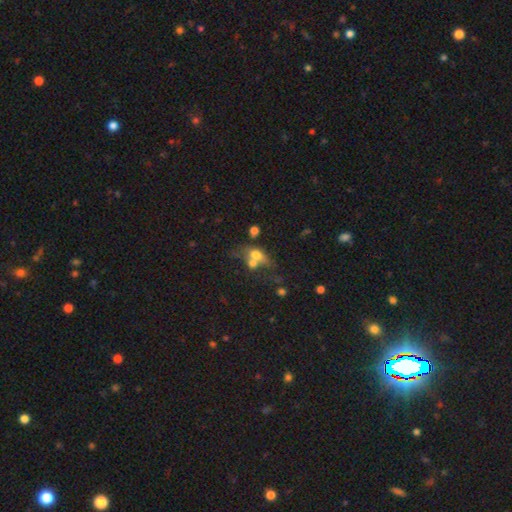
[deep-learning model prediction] Smooth or featured? smooth (59%)
How rounded? in between (62%)
Merging? merger (51%)